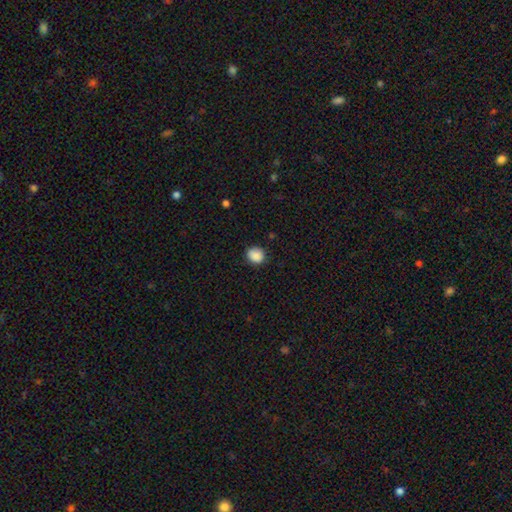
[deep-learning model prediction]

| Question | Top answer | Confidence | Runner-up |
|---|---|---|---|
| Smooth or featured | smooth | 89% | star or artifact (9%) |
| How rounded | round | 74% | in between (25%) |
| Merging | none | 84% | minor disturbance (12%) |